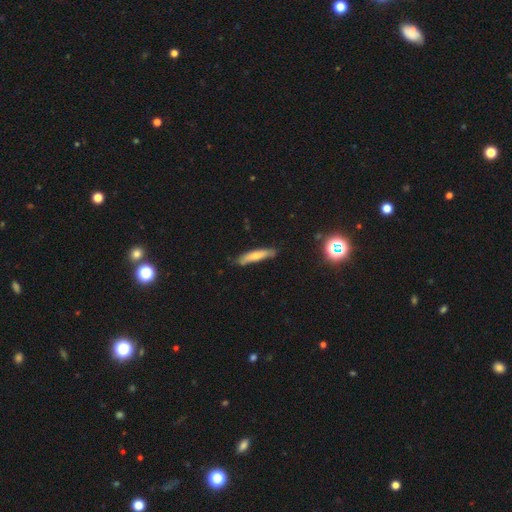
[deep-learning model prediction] A smooth galaxy with no disk features (64%) that is cigar-shaped (83%). Merging: none (75%).